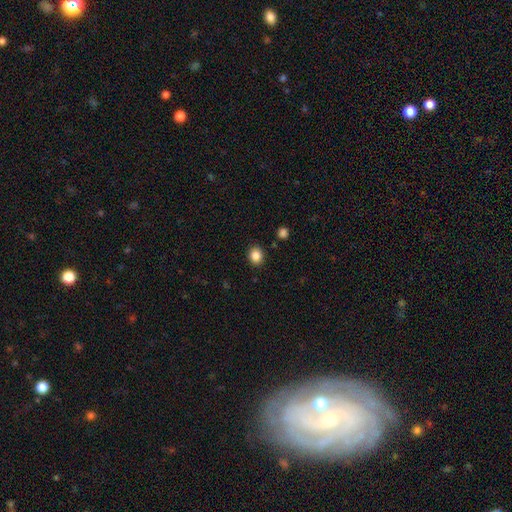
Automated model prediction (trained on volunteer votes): Smooth or featured? smooth (86%)
How rounded? round (68%)
Merging? none (89%)